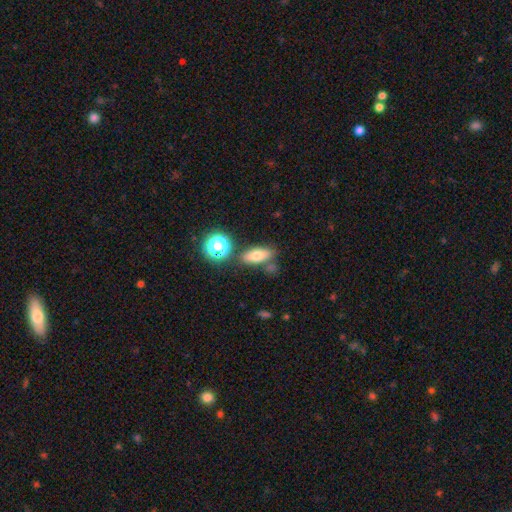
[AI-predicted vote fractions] Overall: smooth (68%). How rounded: in between (71%). Merging: none (73%).